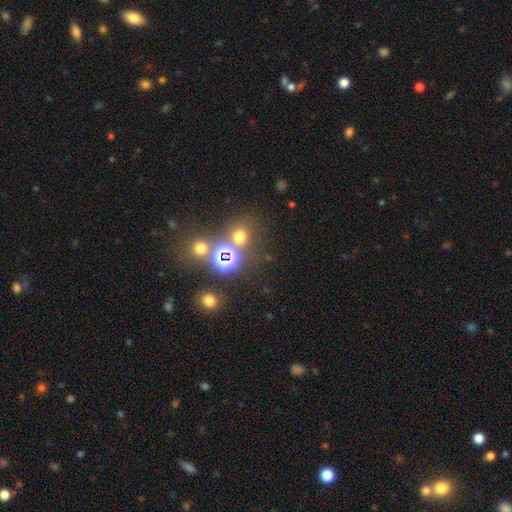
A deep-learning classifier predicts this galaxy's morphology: Overall: star or artifact (63%; smooth 26%).